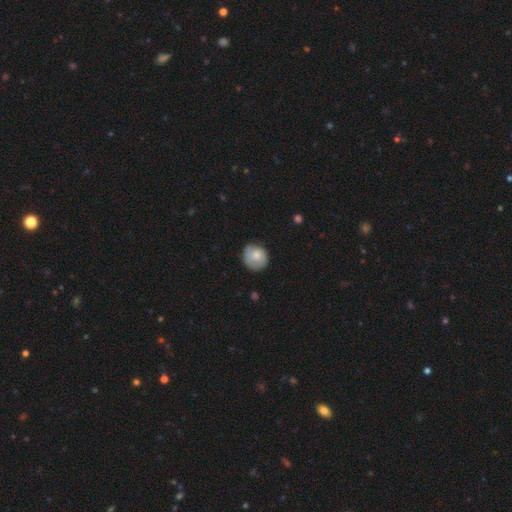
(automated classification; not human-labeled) smooth_or_featured: smooth (p=0.73) [alt: featured or disk p=0.20]
how_rounded: round (p=0.80) [alt: in between p=0.19]
merging: none (p=0.66) [alt: minor disturbance p=0.26]